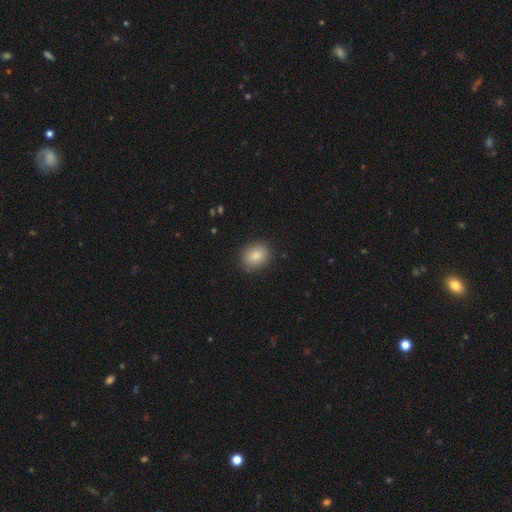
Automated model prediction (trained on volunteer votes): smooth_or_featured: smooth (p=0.85) [alt: star or artifact p=0.09]
how_rounded: round (p=0.54) [alt: in between p=0.45]
merging: none (p=0.89) [alt: minor disturbance p=0.08]